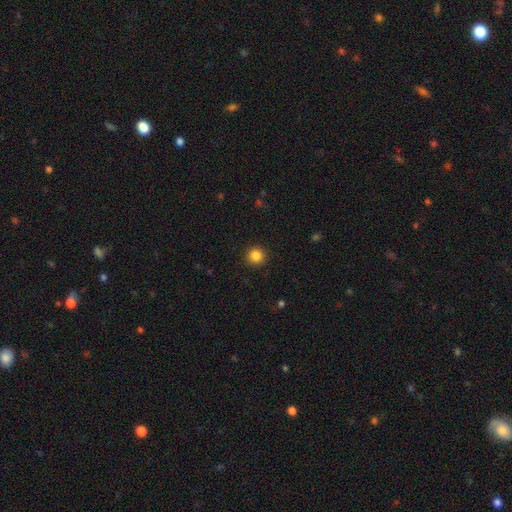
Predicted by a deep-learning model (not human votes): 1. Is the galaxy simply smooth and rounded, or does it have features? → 85% smooth, 11% star or artifact, 4% featured or disk.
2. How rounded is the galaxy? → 94% round, 5% in between, 1% cigar-shaped.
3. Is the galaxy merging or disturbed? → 92% none, 5% minor disturbance, 2% major disturbance, 1% merger.